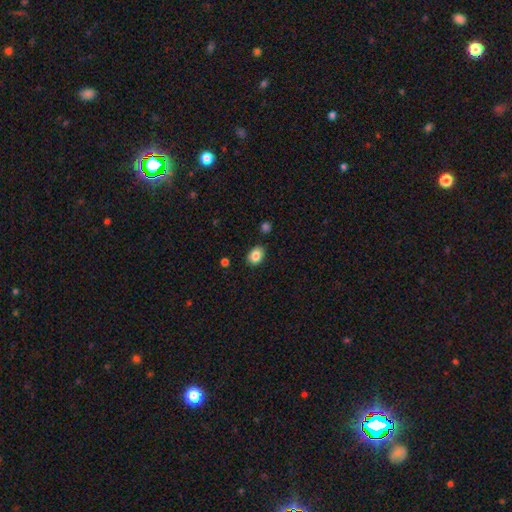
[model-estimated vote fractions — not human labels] Smooth or featured?
  - smooth: 86% *
  - star or artifact: 8%
  - featured or disk: 6%
How rounded?
  - in between: 75% *
  - round: 24%
  - cigar-shaped: 1%
Merging?
  - none: 84% *
  - minor disturbance: 11%
  - merger: 2%
  - major disturbance: 2%